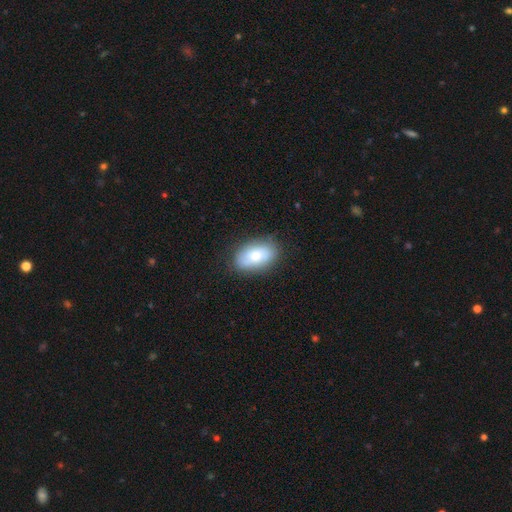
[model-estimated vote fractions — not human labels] Smooth or featured? smooth (70%)
How rounded? in between (91%)
Merging? none (81%)